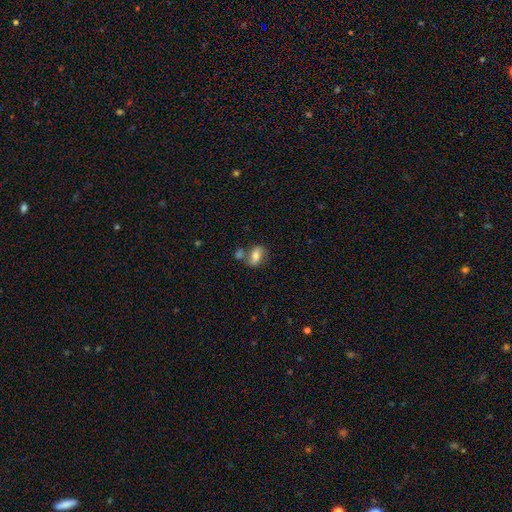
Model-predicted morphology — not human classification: smooth-or-featured: smooth: 68% | featured or disk: 23% | star or artifact: 9%
  how-rounded: in between: 82% | round: 12% | cigar-shaped: 5%
  merging: none: 54% | merger: 24% | minor disturbance: 16% | major disturbance: 6%